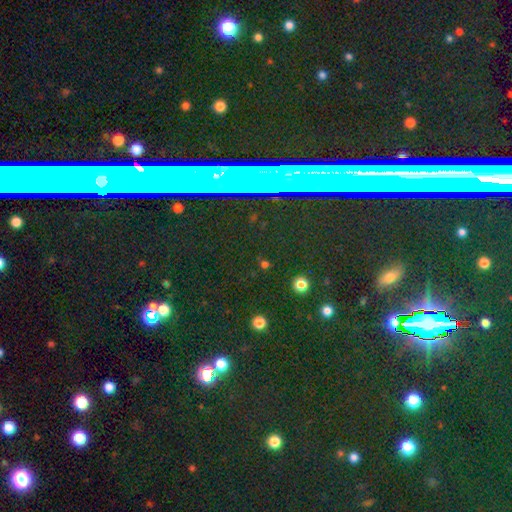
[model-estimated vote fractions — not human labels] Smooth or featured?
  - star or artifact: 67% *
  - featured or disk: 17%
  - smooth: 16%